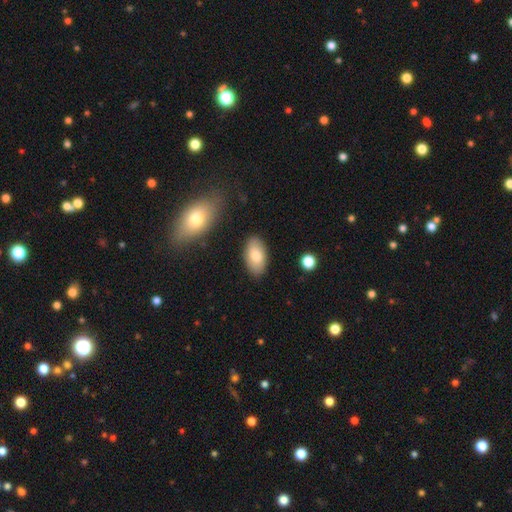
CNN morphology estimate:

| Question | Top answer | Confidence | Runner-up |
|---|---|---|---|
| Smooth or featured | smooth | 80% | featured or disk (13%) |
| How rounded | in between | 94% | round (4%) |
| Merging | none | 85% | minor disturbance (11%) |